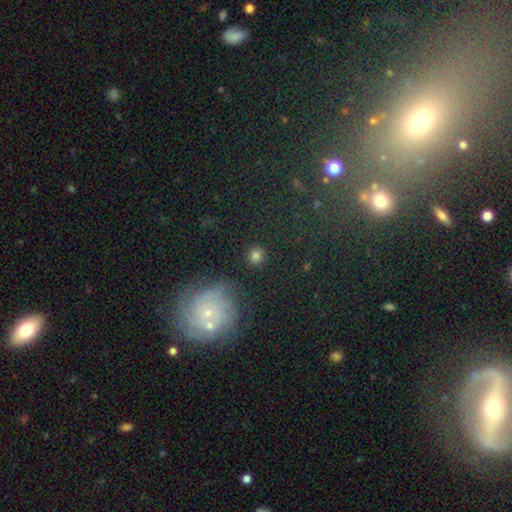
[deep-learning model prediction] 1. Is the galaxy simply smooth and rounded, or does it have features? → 80% smooth, 14% star or artifact, 6% featured or disk.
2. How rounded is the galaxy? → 89% round, 10% in between, 1% cigar-shaped.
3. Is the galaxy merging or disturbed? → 88% none, 7% minor disturbance, 3% major disturbance, 2% merger.